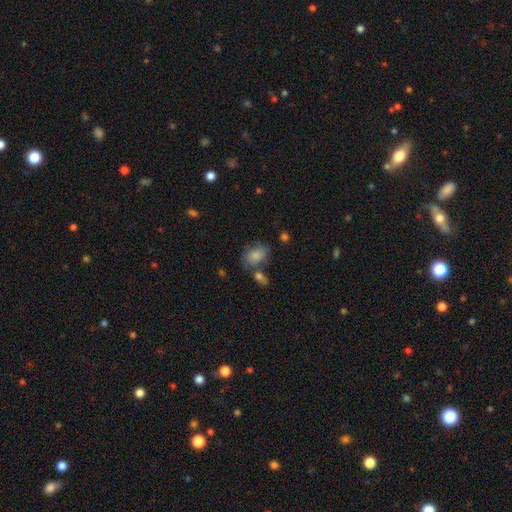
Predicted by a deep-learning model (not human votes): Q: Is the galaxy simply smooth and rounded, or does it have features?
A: smooth — 80%.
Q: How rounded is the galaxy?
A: in between — 81%.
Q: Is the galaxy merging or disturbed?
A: none — 51%.